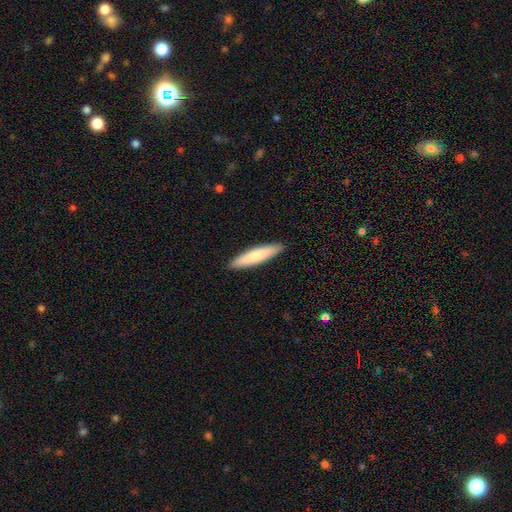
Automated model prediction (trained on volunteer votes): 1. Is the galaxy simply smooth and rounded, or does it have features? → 77% smooth, 18% featured or disk, 5% star or artifact.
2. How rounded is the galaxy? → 89% cigar-shaped, 10% in between, 1% round.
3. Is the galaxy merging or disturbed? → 91% none, 6% minor disturbance, 1% major disturbance, 1% merger.